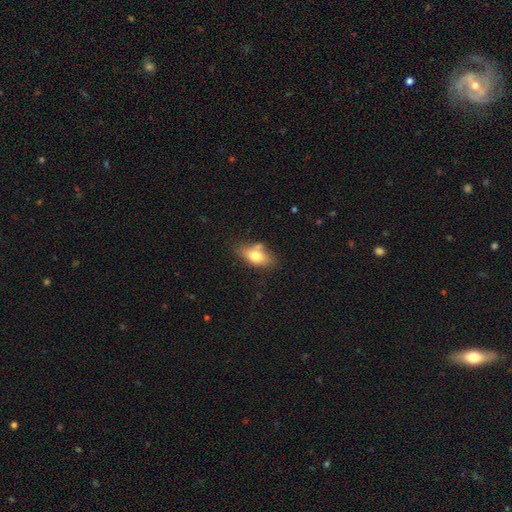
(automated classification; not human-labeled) Smooth or featured? smooth (73%)
How rounded? in between (85%)
Merging? none (59%)